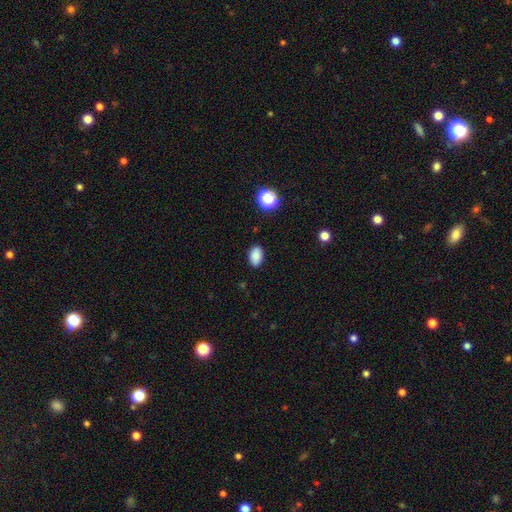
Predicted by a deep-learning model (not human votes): Smooth or featured? Predicted: smooth (p=0.86). How rounded? Predicted: in between (p=0.88). Merging? Predicted: none (p=0.87).